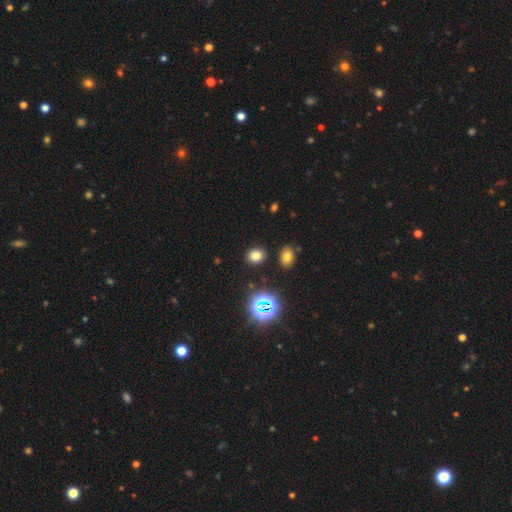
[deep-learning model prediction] Q: Smooth or featured?
A: smooth (74%); runner-up: star or artifact (20%)
Q: How rounded?
A: round (53%); runner-up: in between (46%)
Q: Merging?
A: none (87%); runner-up: minor disturbance (7%)